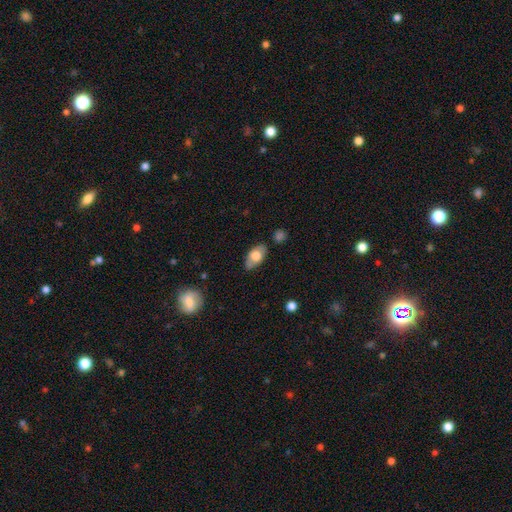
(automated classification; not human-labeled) A smooth galaxy with no disk features (64%) that is in between round and cigar-shaped (92%).

Vote fractions:
- Smooth or featured? smooth: 64% / featured or disk: 30% / star or artifact: 6%
- How rounded? in between: 92% / round: 5% / cigar-shaped: 3%
- Merging? none: 78% / minor disturbance: 17% / major disturbance: 3% / merger: 2%